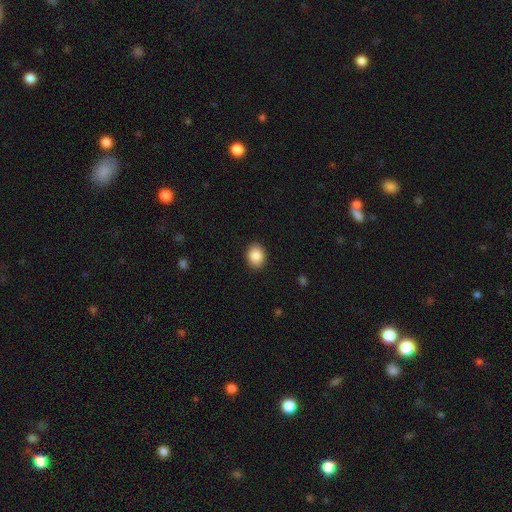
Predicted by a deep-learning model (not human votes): A smooth galaxy with no disk features (88%) that is in between round and cigar-shaped (55%).

Vote fractions:
- Smooth or featured? smooth: 88% / star or artifact: 8% / featured or disk: 4%
- How rounded? in between: 55% / round: 44% / cigar-shaped: 1%
- Merging? none: 90% / minor disturbance: 7% / major disturbance: 2% / merger: 1%